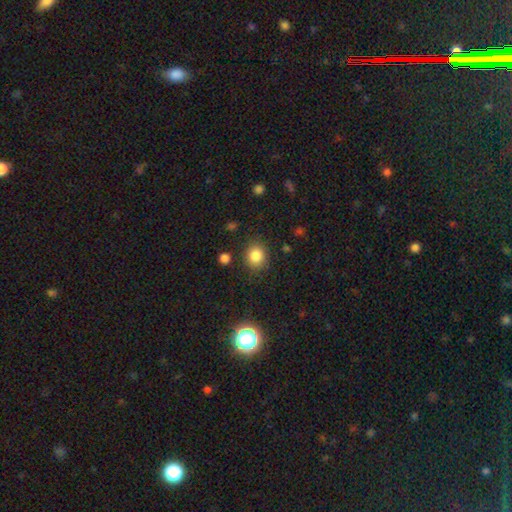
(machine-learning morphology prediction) Smooth or featured? smooth (83%)
How rounded? round (71%)
Merging? none (84%)